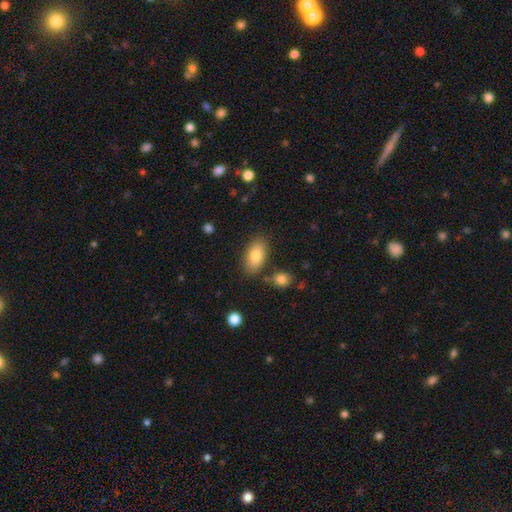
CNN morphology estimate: Smooth or featured: smooth — 81% (featured or disk — 12%)
How rounded: in between — 93% (round — 5%)
Merging: none — 79% (minor disturbance — 12%)